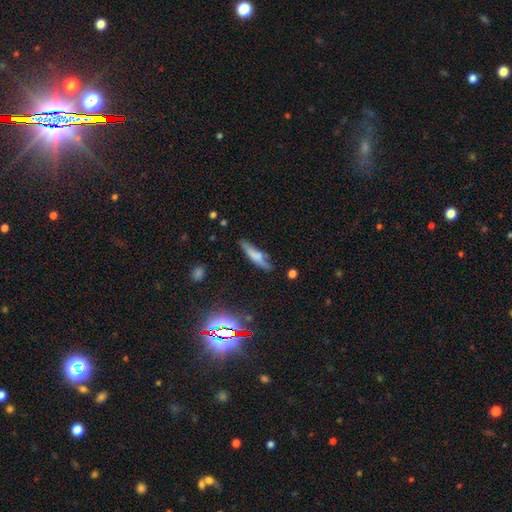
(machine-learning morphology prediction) This is likely a smooth galaxy (62%). How rounded: likely cigar-shaped (80%). Merging: likely none (74%).